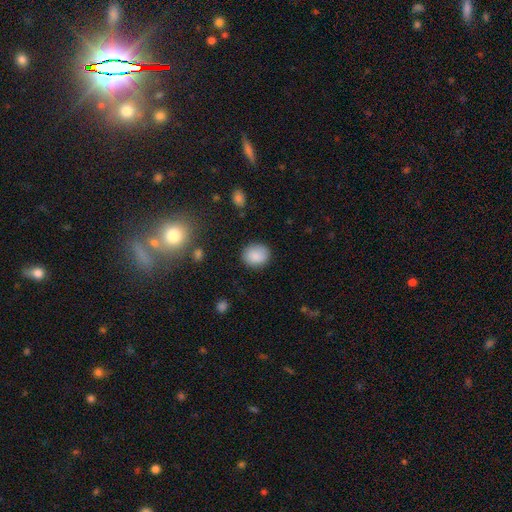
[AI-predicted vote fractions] Morphology: type=smooth (87%); roundness=round (66%); merging=none (85%).